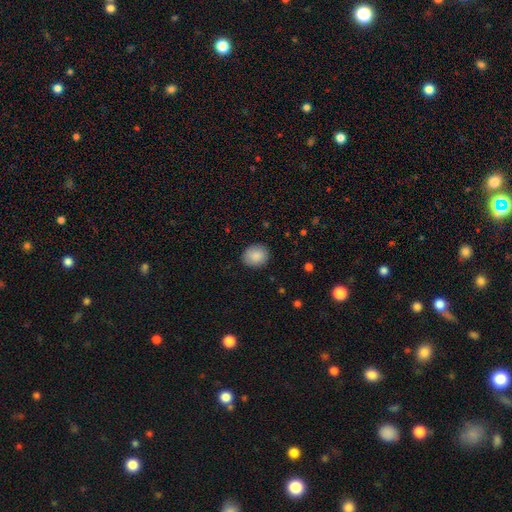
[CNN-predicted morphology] Smooth or featured? Predicted: smooth (p=0.88). How rounded? Predicted: round (p=0.62). Merging? Predicted: none (p=0.88).